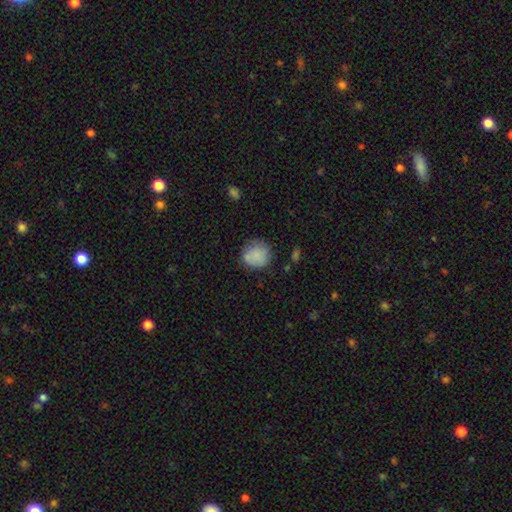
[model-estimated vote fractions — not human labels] This appears to be a smooth galaxy with no disk features (81%) that is round (87%). Merging: none (67%).